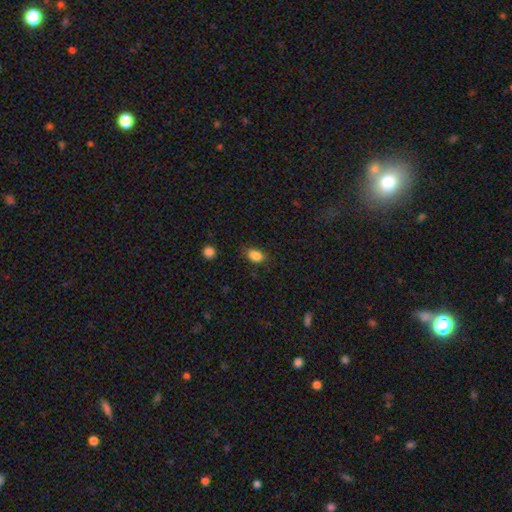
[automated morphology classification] smooth_or_featured: smooth (p=0.86) [alt: star or artifact p=0.10]
how_rounded: in between (p=0.80) [alt: round p=0.18]
merging: none (p=0.77) [alt: minor disturbance p=0.17]